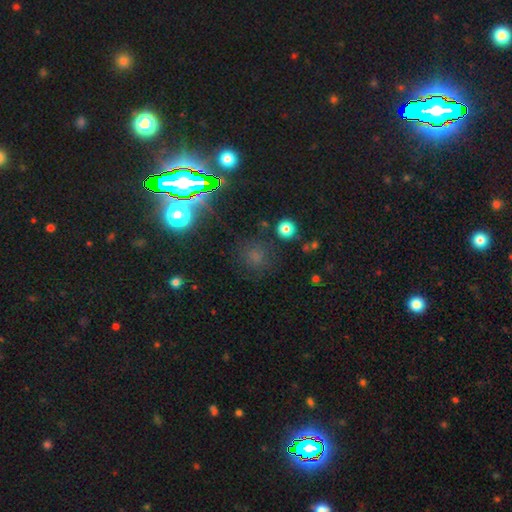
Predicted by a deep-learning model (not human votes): smooth-or-featured: smooth: 47% | star or artifact: 44% | featured or disk: 9%
  merging: none: 80% | minor disturbance: 11% | major disturbance: 6% | merger: 3%